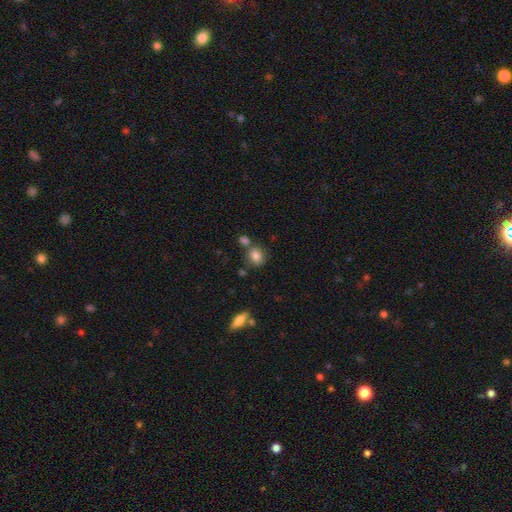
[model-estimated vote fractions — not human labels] This appears to be a smooth galaxy with no disk features (82%) that is round (64%). Merging: none (65%).